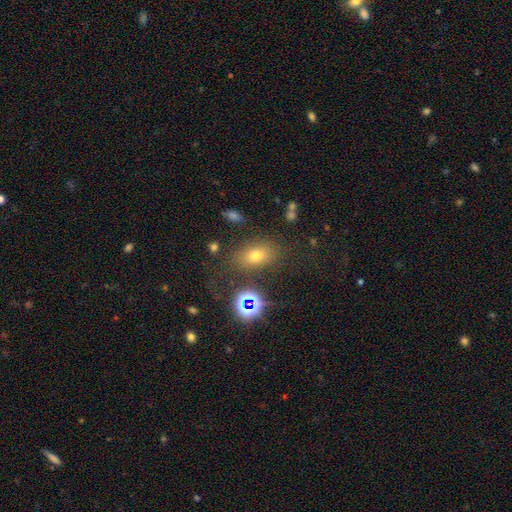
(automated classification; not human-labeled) This is likely a smooth galaxy (65%). How rounded: likely in between (79%). Merging: likely none (76%).